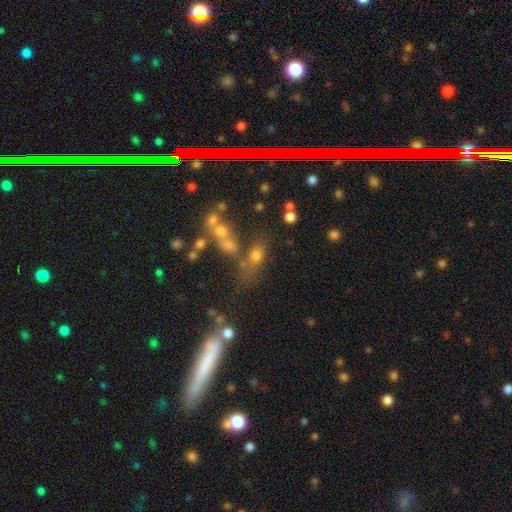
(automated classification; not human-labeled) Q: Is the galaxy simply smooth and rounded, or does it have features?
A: smooth — 55%.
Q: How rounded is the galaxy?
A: in between — 59%.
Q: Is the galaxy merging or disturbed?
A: none — 48%.